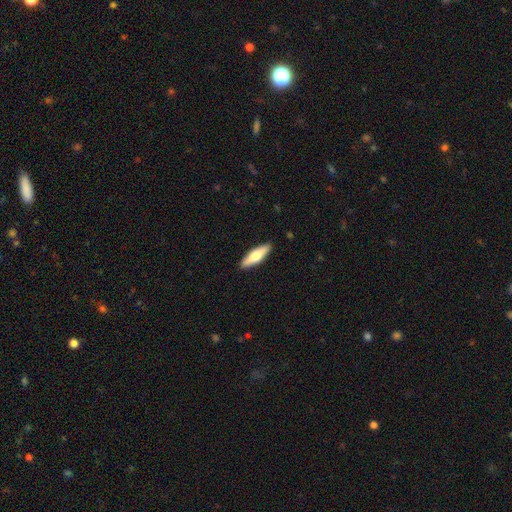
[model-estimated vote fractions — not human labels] Smooth or featured? Predicted: smooth (p=0.62). How rounded? Predicted: cigar-shaped (p=0.57). Merging? Predicted: none (p=0.90).